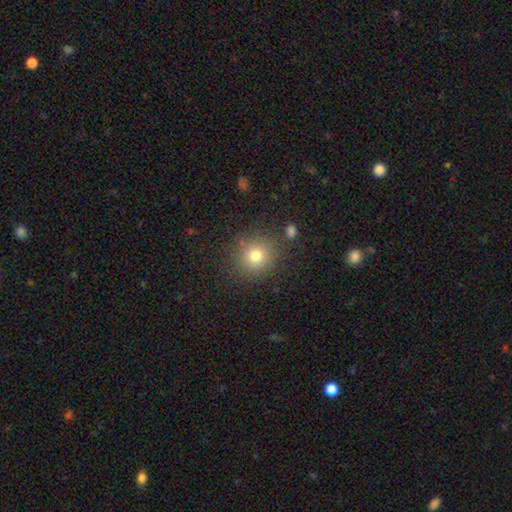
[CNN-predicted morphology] A smooth galaxy with no disk features (78%) that is round (88%). Merging: none (85%).